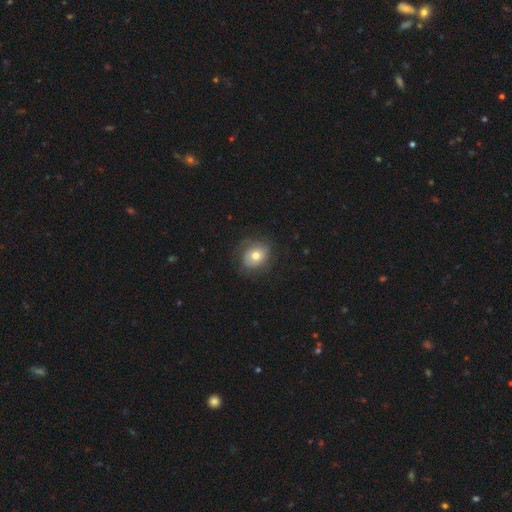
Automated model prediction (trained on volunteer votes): Smooth or featured: smooth — 65% (featured or disk — 26%)
How rounded: round — 62% (in between — 37%)
Merging: none — 65% (minor disturbance — 22%)